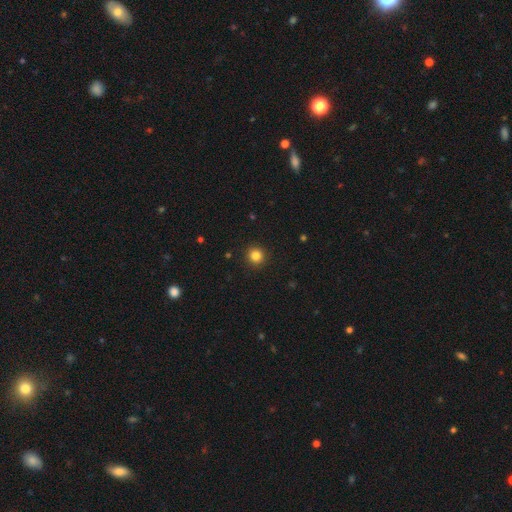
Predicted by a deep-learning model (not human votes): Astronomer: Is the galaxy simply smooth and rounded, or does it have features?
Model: smooth — 84%.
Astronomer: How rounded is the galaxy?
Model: round — 95%.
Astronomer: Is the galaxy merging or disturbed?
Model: none — 93%.